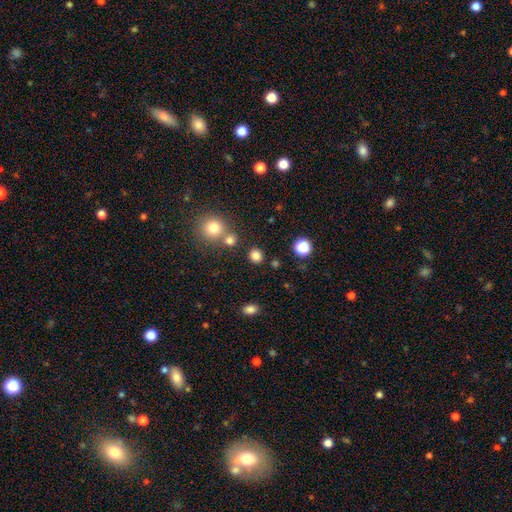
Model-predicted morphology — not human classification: smooth 81%, star or artifact 15%, featured or disk 4%. Down the decision tree: how rounded — round (84%); merging — none (82%).